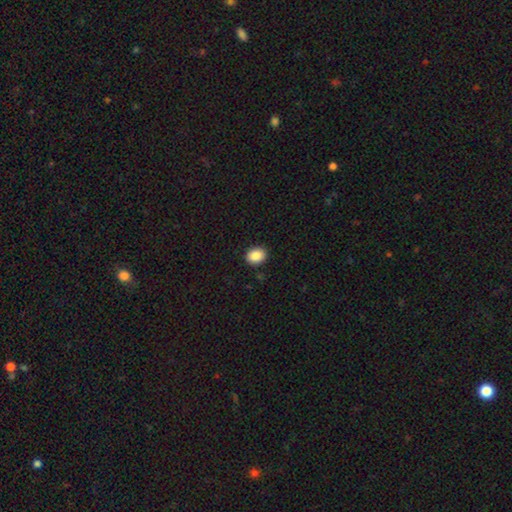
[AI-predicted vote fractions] Smooth or featured: smooth — 88% (star or artifact — 8%)
How rounded: in between — 50% (round — 49%)
Merging: none — 90% (minor disturbance — 7%)